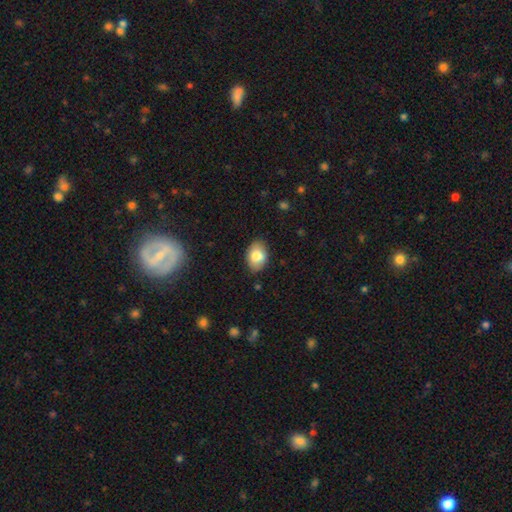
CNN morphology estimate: smooth 80%, featured or disk 12%, star or artifact 7%. Down the decision tree: how rounded — in between (85%); merging — none (80%).